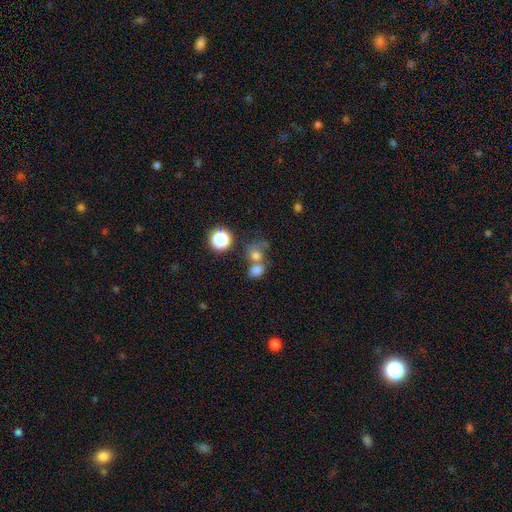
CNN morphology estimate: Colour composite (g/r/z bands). It shows a smooth galaxy with no disk features (60%) that is round (67%). Merging: merger (43%).